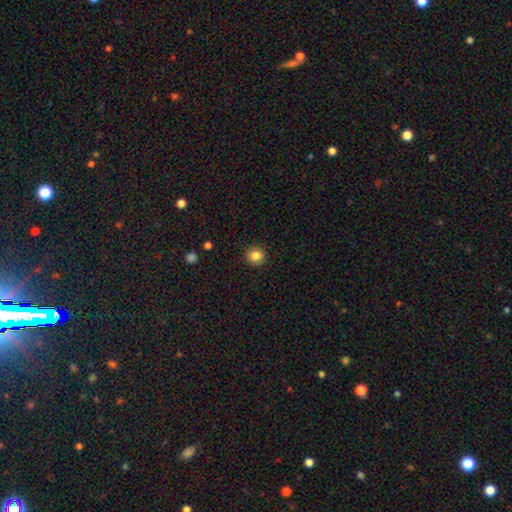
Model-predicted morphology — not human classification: type=smooth (85%); roundness=round (90%); merging=none (91%).